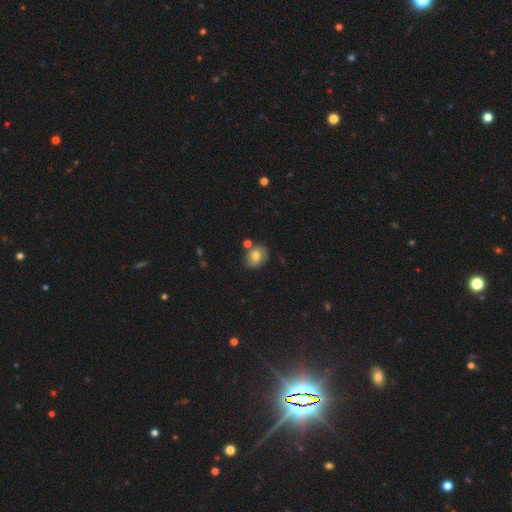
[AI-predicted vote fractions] A smooth galaxy with no disk features (75%) that is round (59%).

Vote fractions:
- Smooth or featured? smooth: 75% / featured or disk: 15% / star or artifact: 9%
- How rounded? round: 59% / in between: 40% / cigar-shaped: 1%
- Merging? none: 72% / minor disturbance: 14% / merger: 10% / major disturbance: 3%